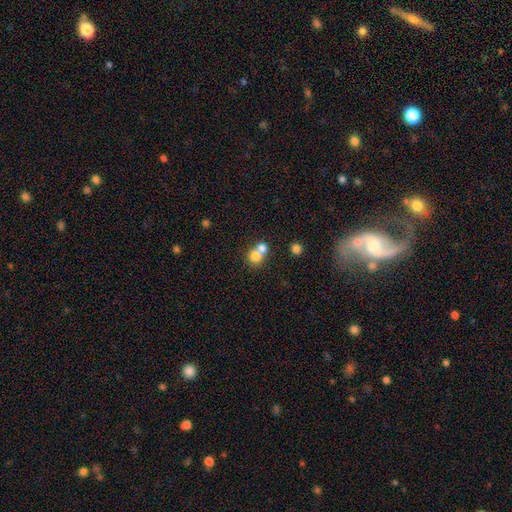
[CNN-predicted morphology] A smooth galaxy with no disk features (75%) that is round (80%).

Vote fractions:
- Smooth or featured? smooth: 75% / featured or disk: 14% / star or artifact: 11%
- How rounded? round: 80% / in between: 19% / cigar-shaped: 1%
- Merging? merger: 60% / none: 32% / minor disturbance: 5% / major disturbance: 3%